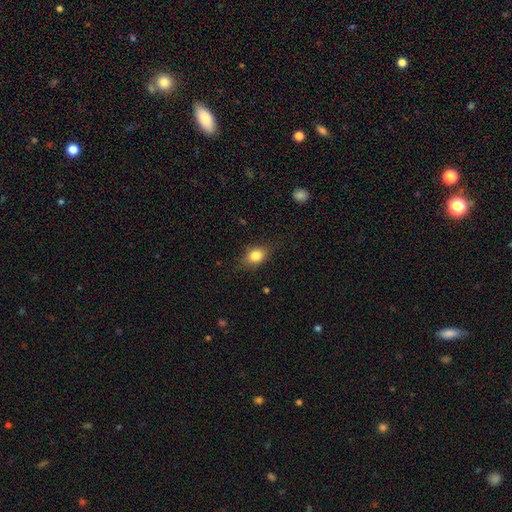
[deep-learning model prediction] Overall: smooth (81%). How rounded: in between (66%; round 31%). Merging: none (76%).